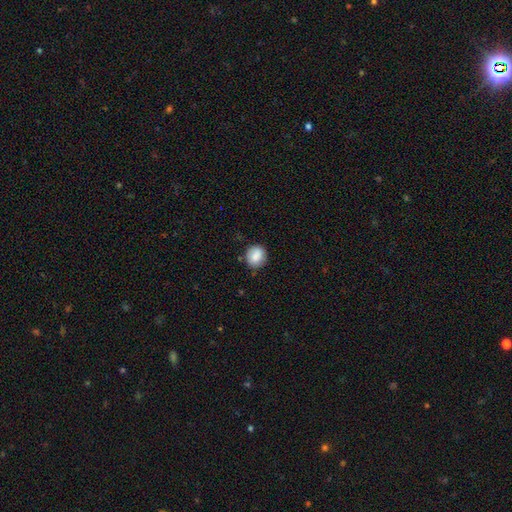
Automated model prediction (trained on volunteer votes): A smooth galaxy with no disk features (86%) that is round (77%).

Vote fractions:
- Smooth or featured? smooth: 86% / star or artifact: 8% / featured or disk: 6%
- How rounded? round: 77% / in between: 22% / cigar-shaped: 1%
- Merging? none: 82% / minor disturbance: 14% / major disturbance: 3% / merger: 2%